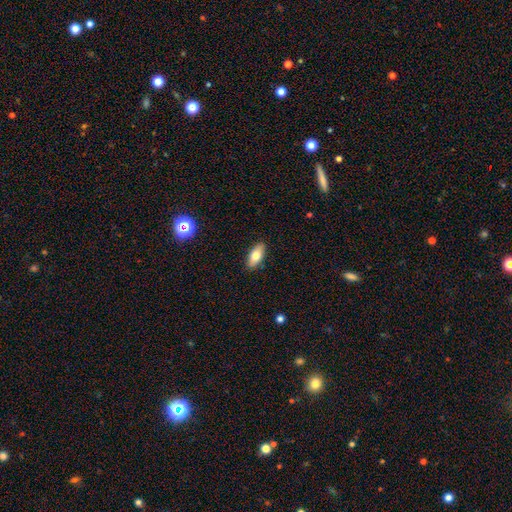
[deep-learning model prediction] Q: Smooth or featured?
A: smooth (75%); runner-up: featured or disk (17%)
Q: How rounded?
A: in between (86%); runner-up: cigar-shaped (11%)
Q: Merging?
A: none (89%); runner-up: minor disturbance (8%)